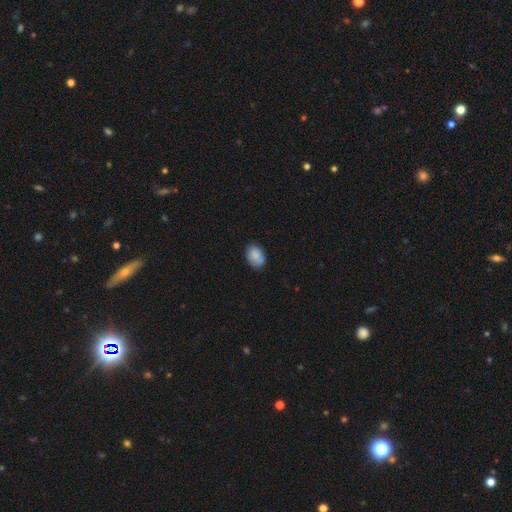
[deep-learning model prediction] Smooth or featured?
  - smooth: 83% *
  - featured or disk: 9%
  - star or artifact: 8%
How rounded?
  - in between: 75% *
  - round: 24%
  - cigar-shaped: 1%
Merging?
  - none: 72% *
  - minor disturbance: 21%
  - major disturbance: 4%
  - merger: 2%